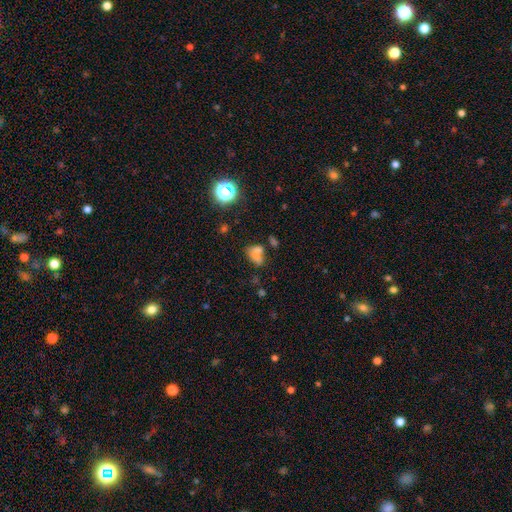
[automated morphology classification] Smooth or featured: smooth — 64% (featured or disk — 18%)
How rounded: in between — 73% (round — 24%)
Merging: merger — 48% (none — 29%)